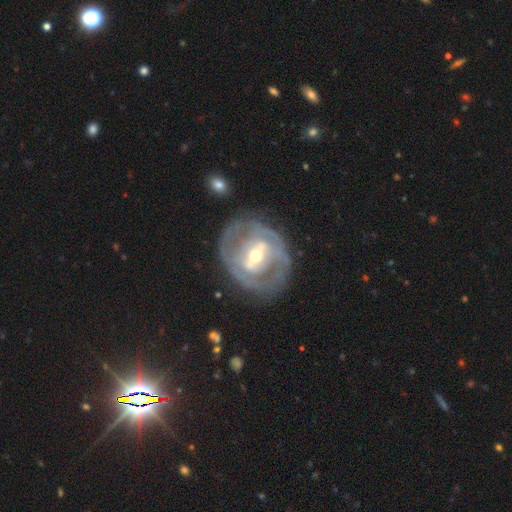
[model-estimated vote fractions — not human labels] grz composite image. It shows a featured or disk galaxy (78%) with a strong bar (43%), spiral arms (58%) and a moderate central bulge (58%). Merging: none (71%).